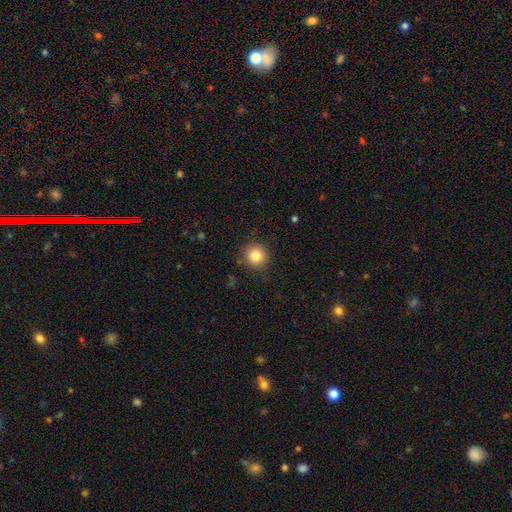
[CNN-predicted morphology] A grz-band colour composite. It shows a smooth galaxy with no disk features (83%) that is round (94%). Merging: none (88%).